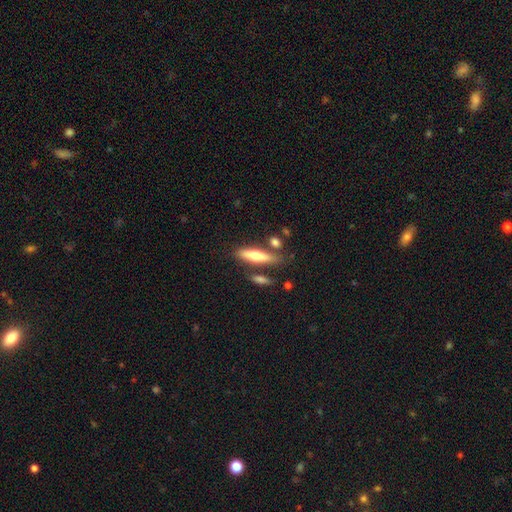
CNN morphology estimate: Smooth or featured?
  - smooth: 69% *
  - featured or disk: 25%
  - star or artifact: 6%
How rounded?
  - cigar-shaped: 75% *
  - in between: 23%
  - round: 2%
Merging?
  - none: 69% *
  - minor disturbance: 15%
  - merger: 11%
  - major disturbance: 5%